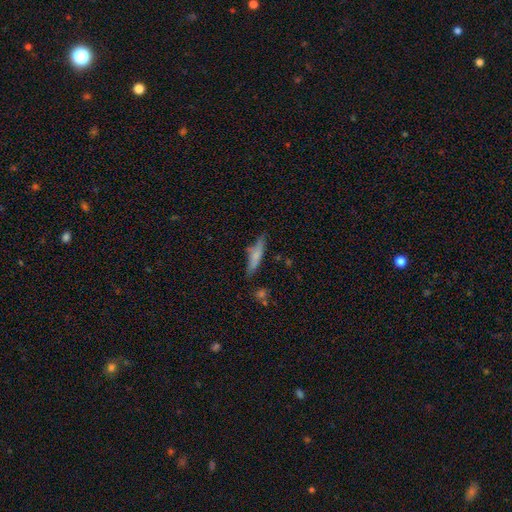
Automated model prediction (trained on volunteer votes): Overall: smooth (69%). How rounded: cigar-shaped (82%). Merging: none (71%).